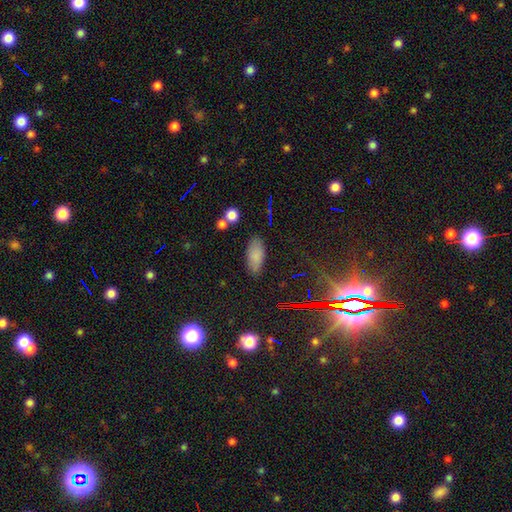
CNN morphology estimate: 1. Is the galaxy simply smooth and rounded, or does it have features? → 82% smooth, 11% star or artifact, 7% featured or disk.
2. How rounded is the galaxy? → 87% in between, 10% cigar-shaped, 3% round.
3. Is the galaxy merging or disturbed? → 81% none, 13% minor disturbance, 3% major disturbance, 3% merger.